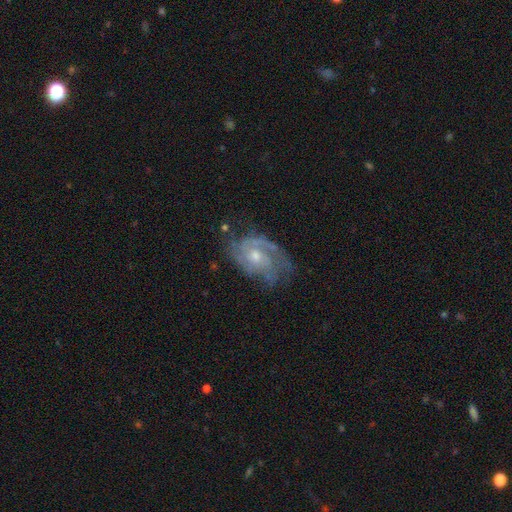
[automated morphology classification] featured or disk 84%, smooth 10%, star or artifact 6%. Down the decision tree: edge-on disk — no (97%); bar — no (68%); spiral arms — yes (93%); spiral arm count — 2 (34%); spiral winding — tight (49%); bulge size — moderate (52%); merging — none (58%).